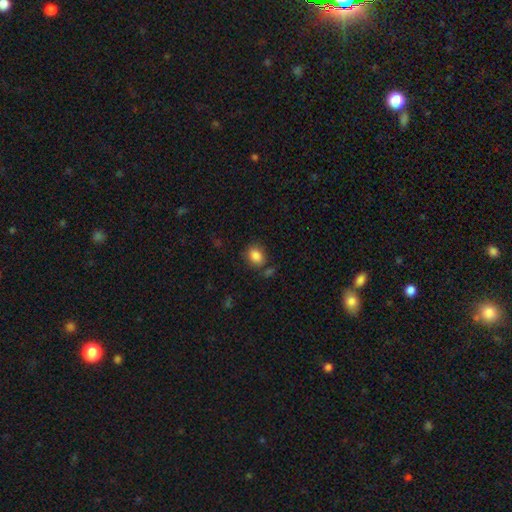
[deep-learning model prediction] Smooth or featured?
  - smooth: 86% *
  - star or artifact: 9%
  - featured or disk: 5%
How rounded?
  - in between: 62% *
  - round: 37%
  - cigar-shaped: 1%
Merging?
  - none: 74% *
  - minor disturbance: 15%
  - merger: 7%
  - major disturbance: 5%